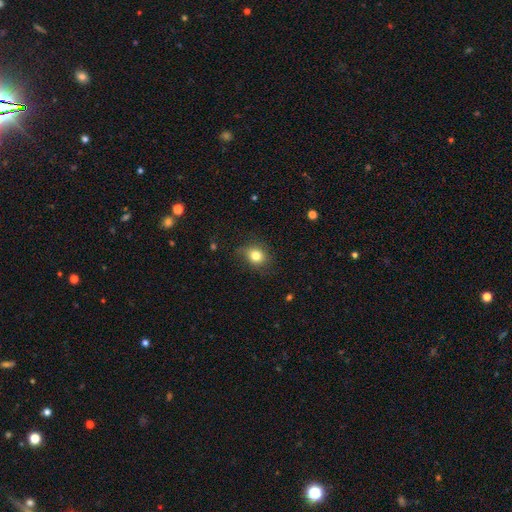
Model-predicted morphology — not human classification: Smooth or featured: smooth — 78% (featured or disk — 11%)
How rounded: round — 54% (in between — 44%)
Merging: none — 69% (minor disturbance — 22%)